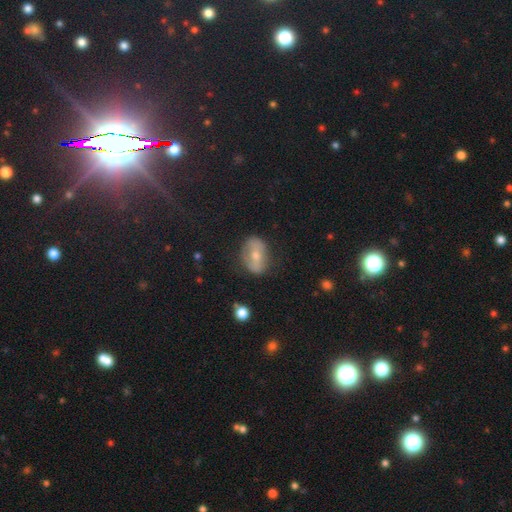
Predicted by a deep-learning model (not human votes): A featured or disk galaxy (45%, tied with smooth). Merging: none (71%).